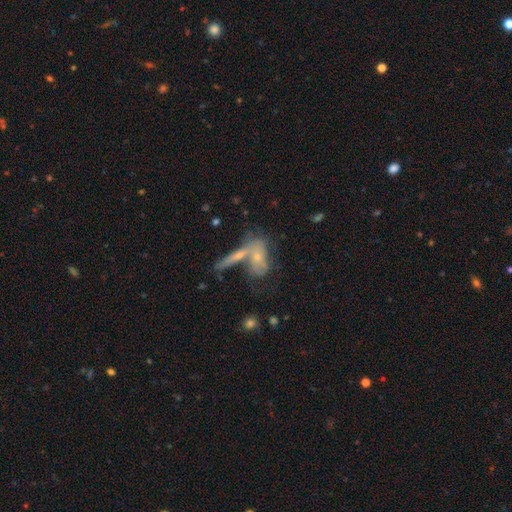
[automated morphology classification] A featured or disk galaxy (46%). Merging: merger (46%).